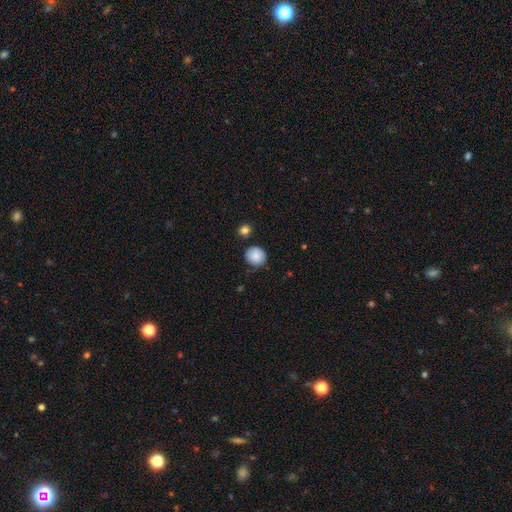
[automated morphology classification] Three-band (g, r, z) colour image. It shows a smooth galaxy with no disk features (86%) that is round (87%). Merging: none (79%).